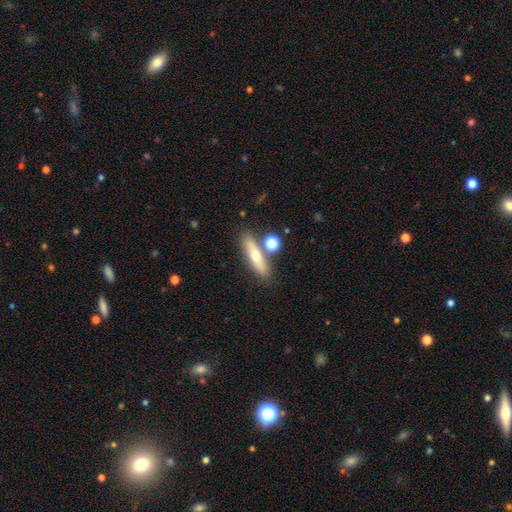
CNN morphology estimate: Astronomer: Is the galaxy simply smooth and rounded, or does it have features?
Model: smooth — 54% (runner-up: featured or disk, 38%).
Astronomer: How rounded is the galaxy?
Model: cigar-shaped — 67%.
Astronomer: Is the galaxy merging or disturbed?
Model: none — 74%.